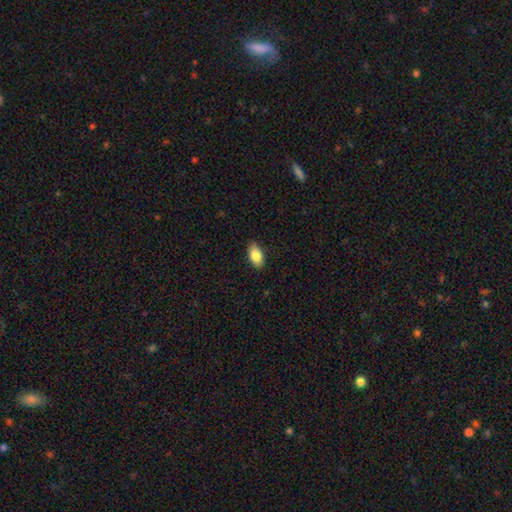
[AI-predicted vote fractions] A smooth galaxy with no disk features (84%) that is in between round and cigar-shaped (93%). Merging: none (87%).